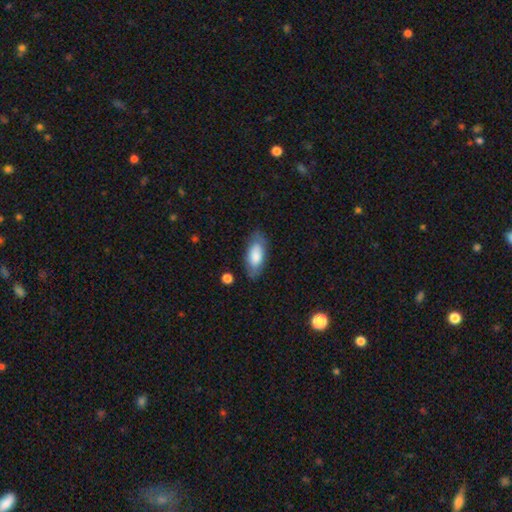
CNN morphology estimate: A smooth galaxy with no disk features (78%) that is in between round and cigar-shaped (85%).

Vote fractions:
- Smooth or featured? smooth: 78% / featured or disk: 16% / star or artifact: 6%
- How rounded? in between: 85% / cigar-shaped: 12% / round: 2%
- Merging? none: 76% / minor disturbance: 17% / major disturbance: 5% / merger: 2%